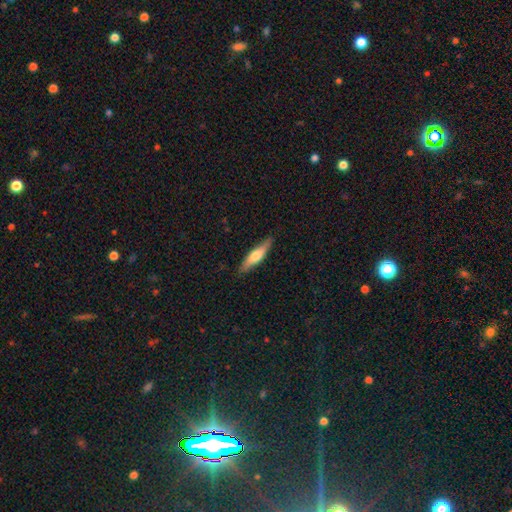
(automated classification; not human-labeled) Smooth or featured?
  - smooth: 55% *
  - featured or disk: 40%
  - star or artifact: 5%
How rounded?
  - cigar-shaped: 79% *
  - in between: 20%
  - round: 2%
Merging?
  - none: 85% *
  - minor disturbance: 11%
  - major disturbance: 2%
  - merger: 1%